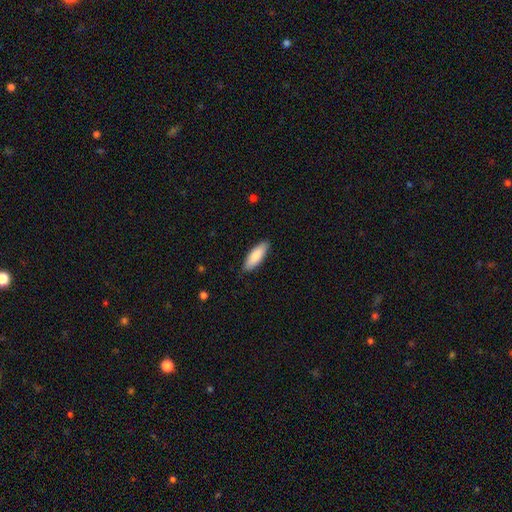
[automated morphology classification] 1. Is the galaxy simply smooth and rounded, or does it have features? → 86% smooth, 9% featured or disk, 5% star or artifact.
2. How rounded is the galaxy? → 63% in between, 35% cigar-shaped, 1% round.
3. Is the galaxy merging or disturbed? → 87% none, 10% minor disturbance, 2% major disturbance, 1% merger.